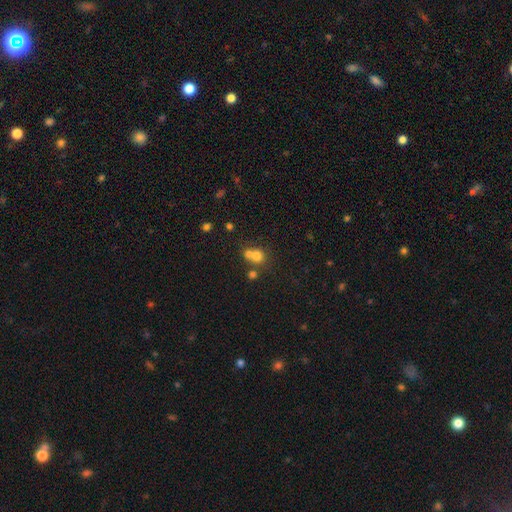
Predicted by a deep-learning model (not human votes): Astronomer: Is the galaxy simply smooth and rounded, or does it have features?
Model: smooth — 71%.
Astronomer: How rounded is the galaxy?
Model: round — 79%.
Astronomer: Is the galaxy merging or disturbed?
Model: merger — 54% (runner-up: none, 35%).